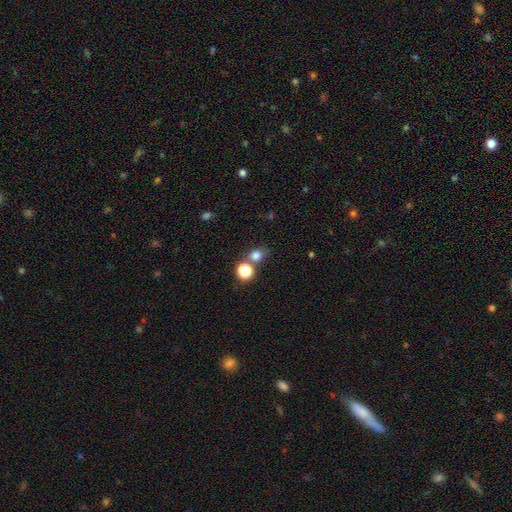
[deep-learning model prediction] This appears to be a smooth galaxy with no disk features (76%) that is round (71%). Merging: none (63%).